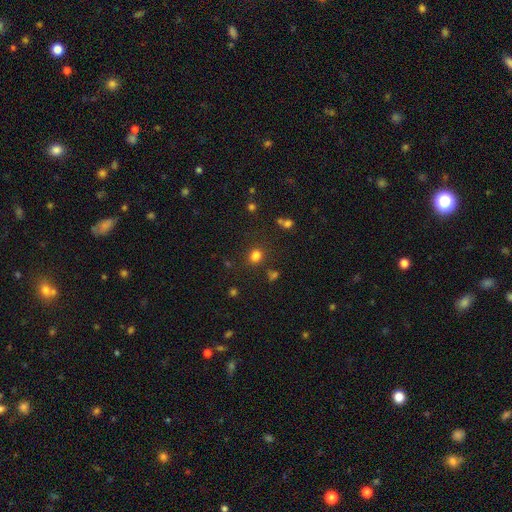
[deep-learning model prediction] Smooth or featured? smooth (79%)
How rounded? round (71%)
Merging? none (80%)